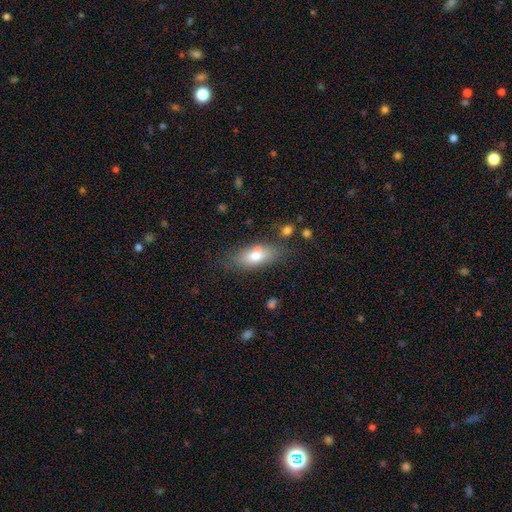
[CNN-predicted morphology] smooth_or_featured: smooth (p=0.74) [alt: featured or disk p=0.18]
how_rounded: in between (p=0.80) [alt: cigar-shaped p=0.16]
merging: none (p=0.71) [alt: minor disturbance p=0.17]